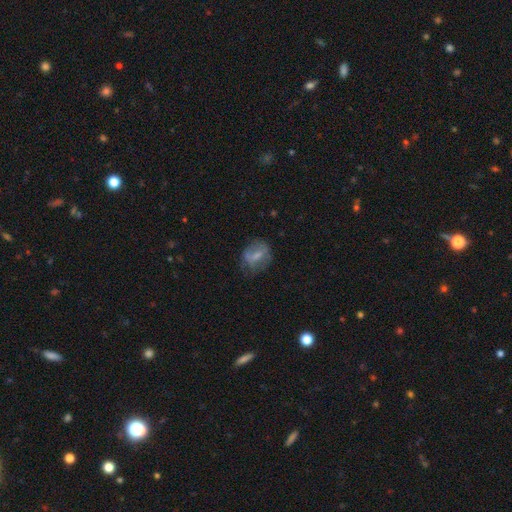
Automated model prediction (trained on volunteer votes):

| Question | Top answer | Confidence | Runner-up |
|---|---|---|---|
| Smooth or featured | smooth | 55% | featured or disk (36%) |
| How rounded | round | 54% | in between (44%) |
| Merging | none | 55% | minor disturbance (26%) |